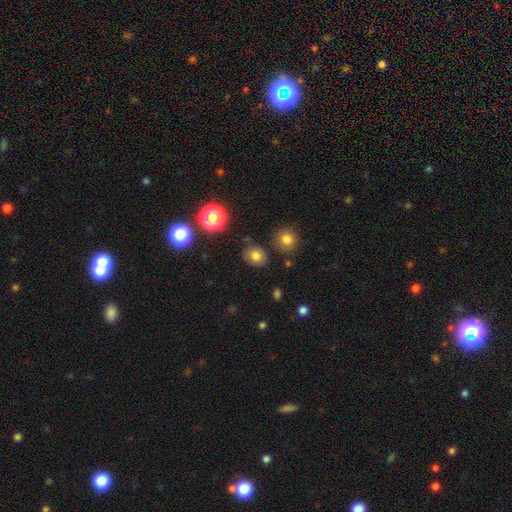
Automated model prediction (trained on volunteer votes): Smooth or featured? Predicted: smooth (p=0.76). How rounded? Predicted: round (p=0.53). Merging? Predicted: none (p=0.82).